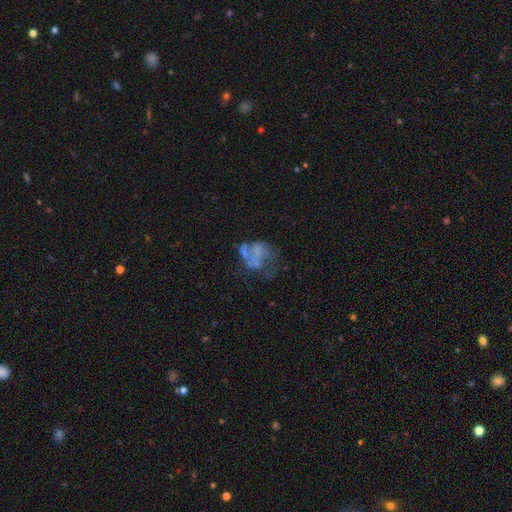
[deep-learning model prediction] A featured or disk galaxy (55%) with no bar (90%), no spiral arms (87%) and no central bulge (80%). Merging: major disturbance (40%).